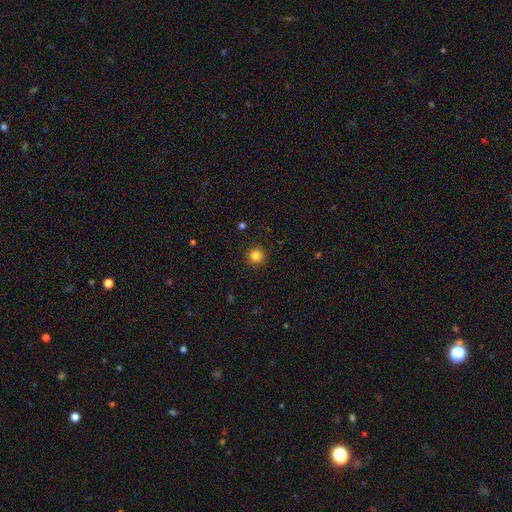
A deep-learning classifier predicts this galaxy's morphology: A smooth galaxy with no disk features (83%) that is round (94%).

Vote fractions:
- Smooth or featured? smooth: 83% / star or artifact: 12% / featured or disk: 5%
- How rounded? round: 94% / in between: 5% / cigar-shaped: 1%
- Merging? none: 91% / minor disturbance: 6% / major disturbance: 2% / merger: 1%